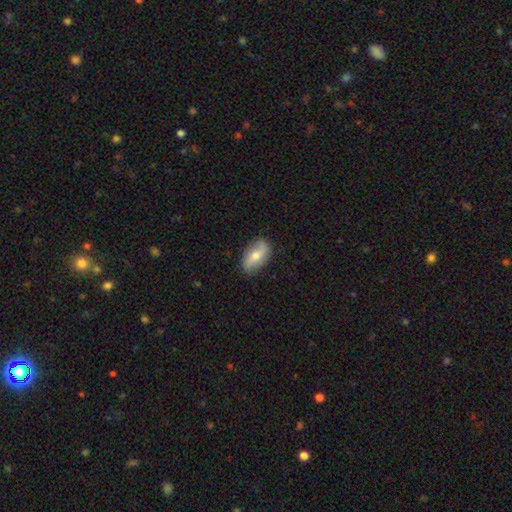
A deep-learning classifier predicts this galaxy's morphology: smooth 48%, featured or disk 45%, star or artifact 7%. Down the decision tree: merging — none (83%).